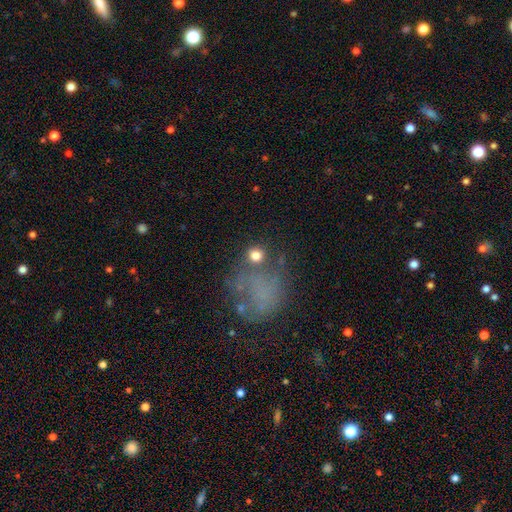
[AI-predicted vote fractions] smooth_or_featured: smooth (p=0.73) [alt: star or artifact p=0.14]
how_rounded: round (p=0.84) [alt: in between p=0.15]
merging: none (p=0.64) [alt: minor disturbance p=0.13]